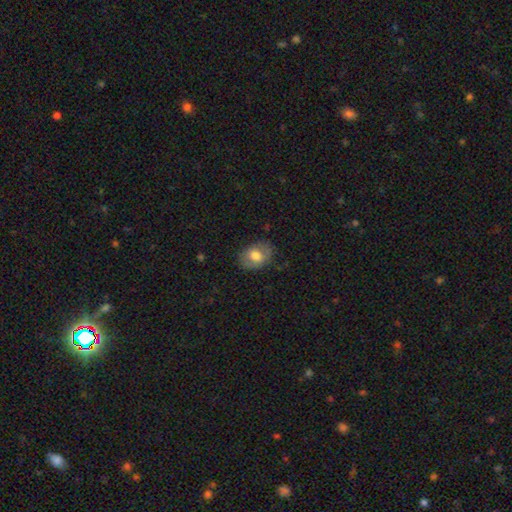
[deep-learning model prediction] Smooth or featured? Predicted: smooth (p=0.70). How rounded? Predicted: in between (p=0.71). Merging? Predicted: none (p=0.75).